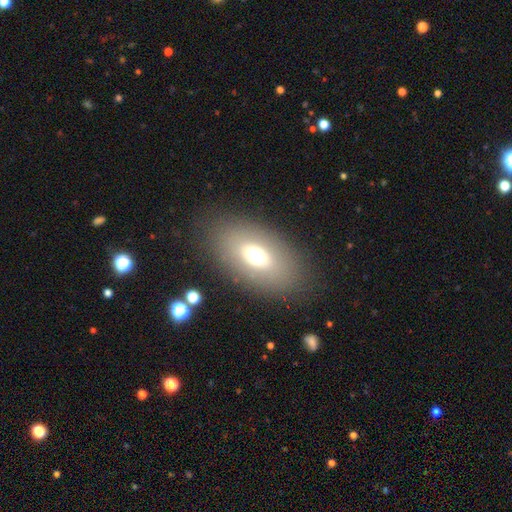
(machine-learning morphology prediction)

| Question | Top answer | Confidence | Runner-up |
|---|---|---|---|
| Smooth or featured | smooth | 64% | featured or disk (23%) |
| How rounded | in between | 86% | round (12%) |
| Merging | none | 83% | minor disturbance (10%) |